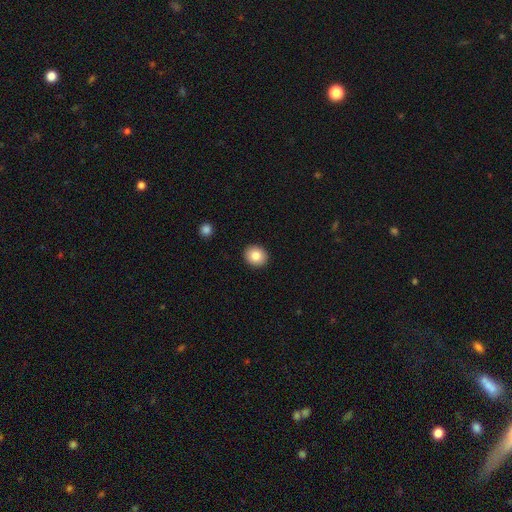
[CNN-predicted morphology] Smooth or featured: smooth — 84% (star or artifact — 9%)
How rounded: round — 78% (in between — 21%)
Merging: none — 92% (minor disturbance — 5%)